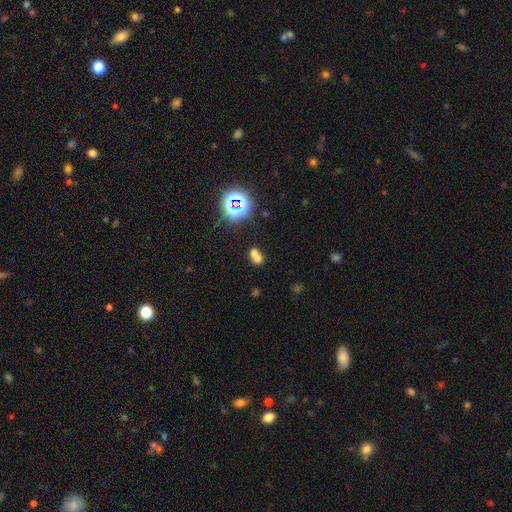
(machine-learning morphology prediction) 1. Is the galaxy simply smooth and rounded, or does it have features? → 60% smooth, 23% star or artifact, 17% featured or disk.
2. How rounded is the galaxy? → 50% in between, 48% round, 2% cigar-shaped.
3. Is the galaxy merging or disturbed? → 60% merger, 29% none, 7% minor disturbance, 4% major disturbance.